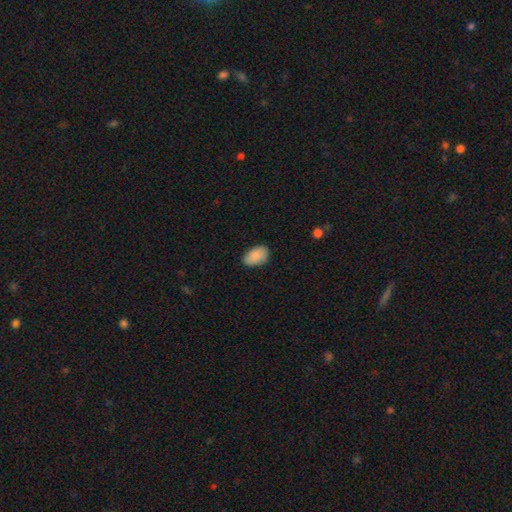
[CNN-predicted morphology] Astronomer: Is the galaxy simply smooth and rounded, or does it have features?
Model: smooth — 89%.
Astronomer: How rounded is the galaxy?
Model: in between — 92%.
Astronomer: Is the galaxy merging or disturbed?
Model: none — 82%.